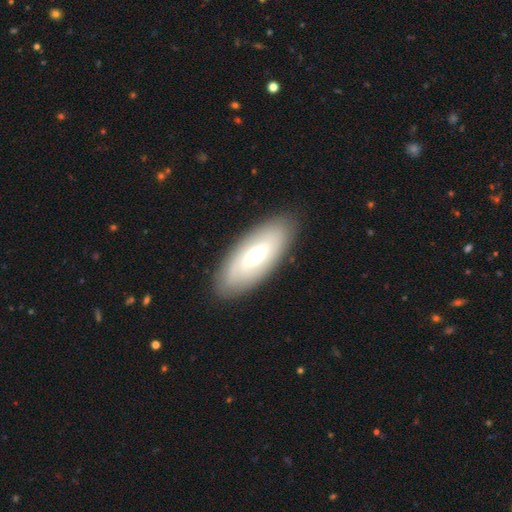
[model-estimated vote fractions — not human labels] The model was most divided on "smooth or featured": smooth: 52%, featured or disk: 42%, star or artifact: 6%. More confident: merging — none (87%); how rounded — in between (80%).